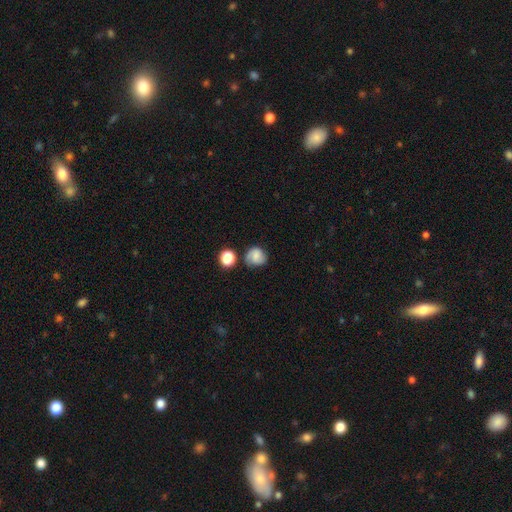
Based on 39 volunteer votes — A featured or disk galaxy (49%) with a weak bar (44%), 2 (82%) medium (65%) spiral arms (94%) and a small central bulge (39%, tied with none).

Vote fractions:
- Smooth or featured? featured or disk: 49% / smooth: 41% / star or artifact: 10%
- Edge-on disk? no: 95% / yes: 5%
- Bar? weak: 44% / strong: 39% / no: 17%
- Spiral arms? yes: 94% / no: 6%
- Spiral winding? medium: 65% / tight: 29% / loose: 6%
- Spiral arm count? 2: 82% / can't tell: 12% / 1: 6% / 3: 0% / 4: 0% / more than 4: 0%
- Bulge size? small: 39% (tied) / none: 39% (tied) / large: 11% / moderate: 11% / dominant: 0%
- Merging? none: 66% / minor disturbance: 20% / merger: 9% / major disturbance: 6%